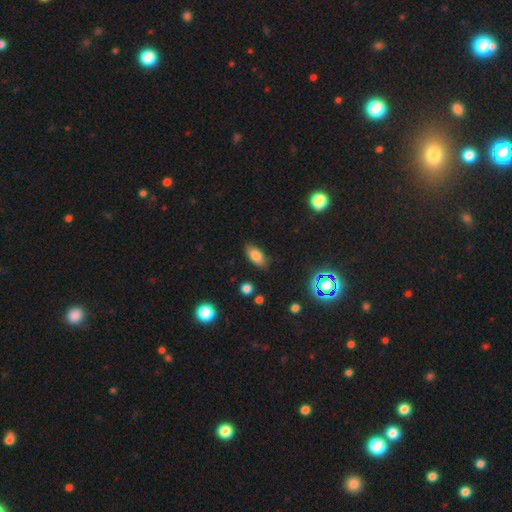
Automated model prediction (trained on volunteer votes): Q: Smooth or featured?
A: smooth (79%); runner-up: star or artifact (11%)
Q: How rounded?
A: in between (88%); runner-up: cigar-shaped (8%)
Q: Merging?
A: none (85%); runner-up: minor disturbance (11%)